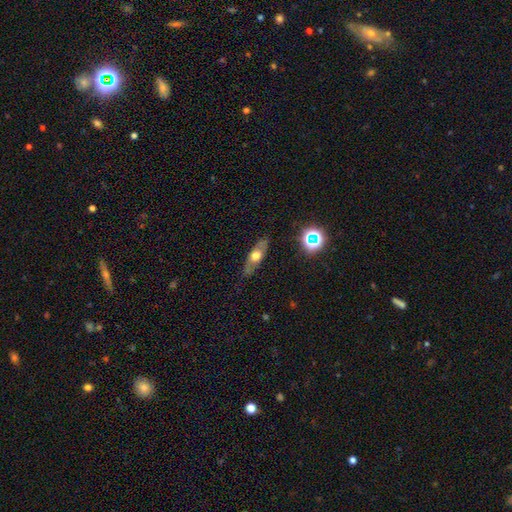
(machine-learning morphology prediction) This appears to be a featured or disk galaxy (47%). Merging: none (79%).